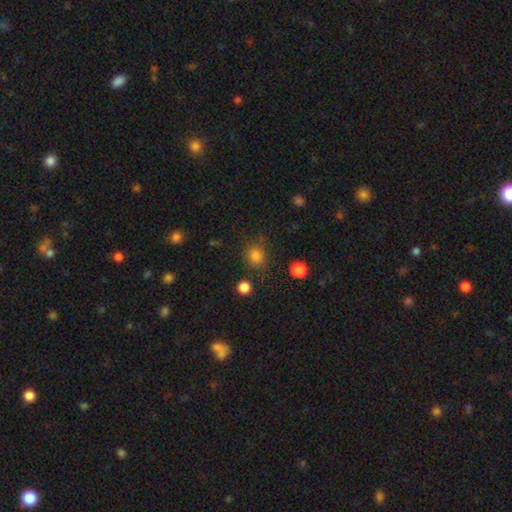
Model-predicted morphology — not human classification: Smooth or featured? smooth (81%)
How rounded? round (83%)
Merging? none (80%)